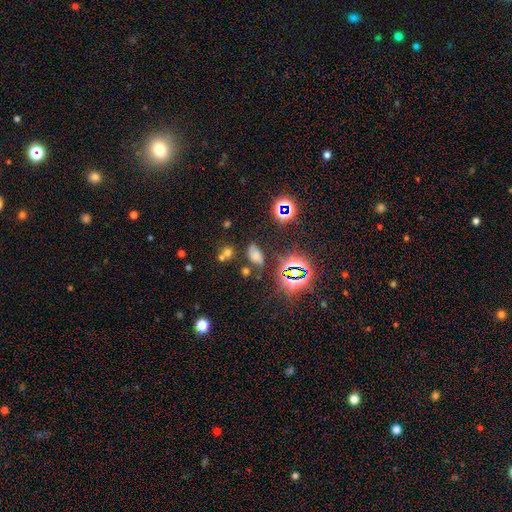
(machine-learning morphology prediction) smooth-or-featured: smooth: 45% | star or artifact: 41% | featured or disk: 15%
  merging: none: 59% | minor disturbance: 19% | merger: 12% | major disturbance: 9%